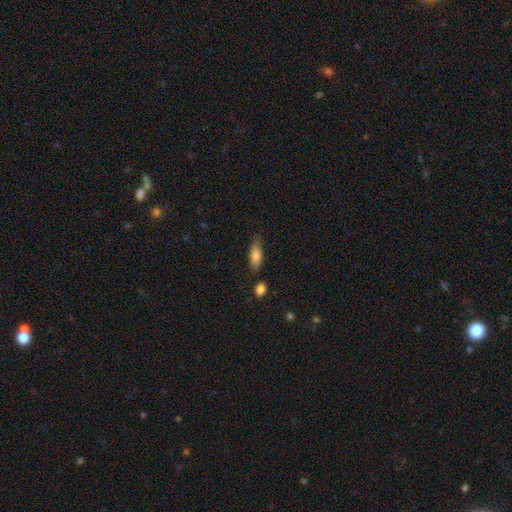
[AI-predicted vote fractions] smooth-or-featured: smooth: 78% | featured or disk: 15% | star or artifact: 7%
  how-rounded: in between: 65% | cigar-shaped: 32% | round: 3%
  merging: none: 69% | minor disturbance: 22% | major disturbance: 5% | merger: 4%